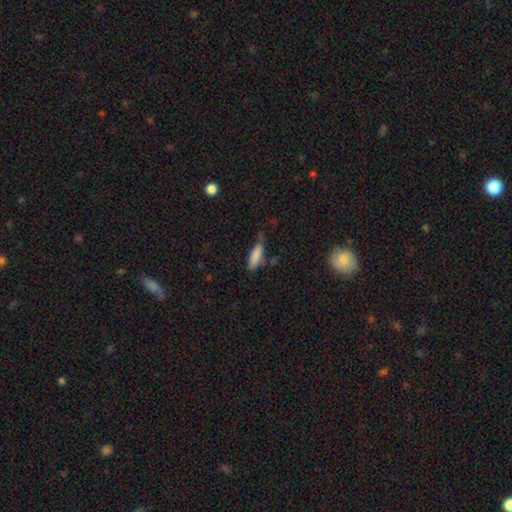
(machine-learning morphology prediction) smooth 84%, featured or disk 9%, star or artifact 7%. Down the decision tree: how rounded — cigar-shaped (52%); merging — none (62%).